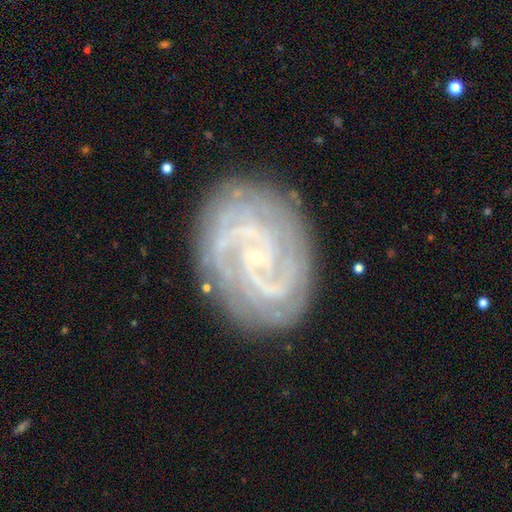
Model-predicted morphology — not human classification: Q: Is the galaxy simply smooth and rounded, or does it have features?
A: featured or disk — 90%.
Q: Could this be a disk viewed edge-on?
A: no — 98%.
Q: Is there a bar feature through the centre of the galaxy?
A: no — 56%.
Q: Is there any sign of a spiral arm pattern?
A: yes — 98%.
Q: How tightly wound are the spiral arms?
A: tight — 68%.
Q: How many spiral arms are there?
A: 2 — 55%.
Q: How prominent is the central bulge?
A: small — 87%.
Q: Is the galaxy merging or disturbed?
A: none — 83%.